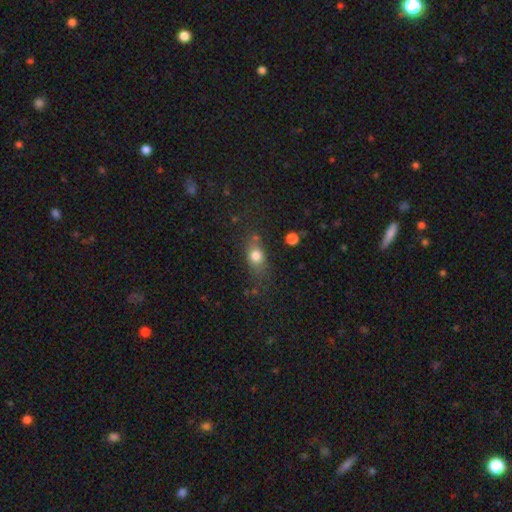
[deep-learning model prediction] A smooth galaxy with no disk features (76%) that is in between round and cigar-shaped (59%).

Vote fractions:
- Smooth or featured? smooth: 76% / featured or disk: 13% / star or artifact: 12%
- How rounded? in between: 59% / round: 33% / cigar-shaped: 8%
- Merging? none: 59% / minor disturbance: 24% / major disturbance: 11% / merger: 6%